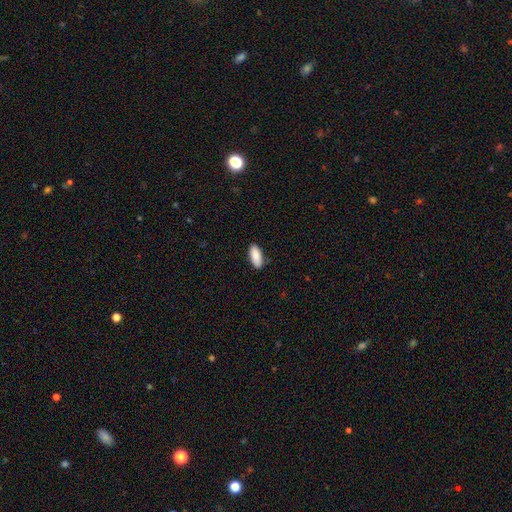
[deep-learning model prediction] Overall: smooth (90%). How rounded: in between (84%). Merging: none (87%).